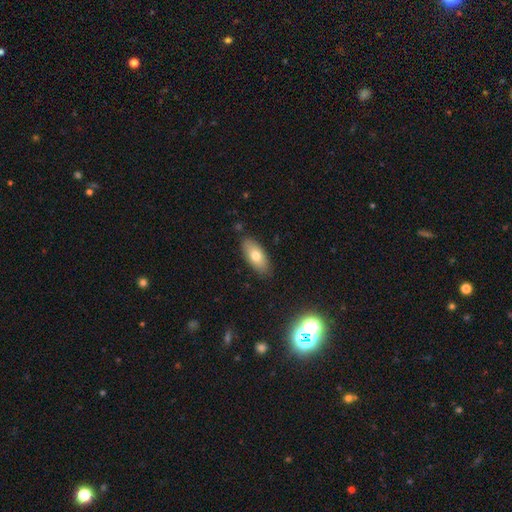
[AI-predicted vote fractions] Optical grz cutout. It shows a smooth galaxy with no disk features (72%) that is in between round and cigar-shaped (87%). Merging: none (86%).